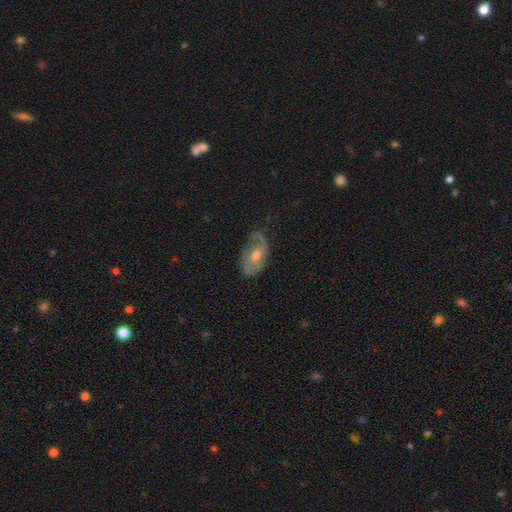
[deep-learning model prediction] Q: Smooth or featured?
A: featured or disk (67%); runner-up: smooth (26%)
Q: Edge-on disk?
A: no (92%); runner-up: yes (8%)
Q: Bar?
A: no (52%); runner-up: weak (38%)
Q: Spiral arms?
A: yes (74%); runner-up: no (26%)
Q: Bulge size?
A: moderate (68%); runner-up: small (21%)
Q: Merging?
A: none (65%); runner-up: minor disturbance (25%)